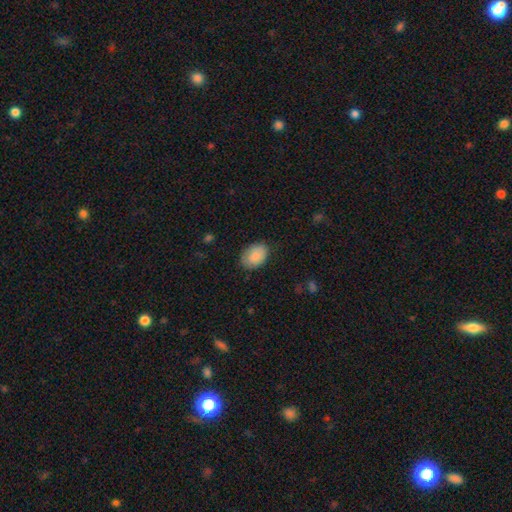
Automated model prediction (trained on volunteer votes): Morphology: type=smooth (88%); roundness=in between (81%); merging=none (81%).